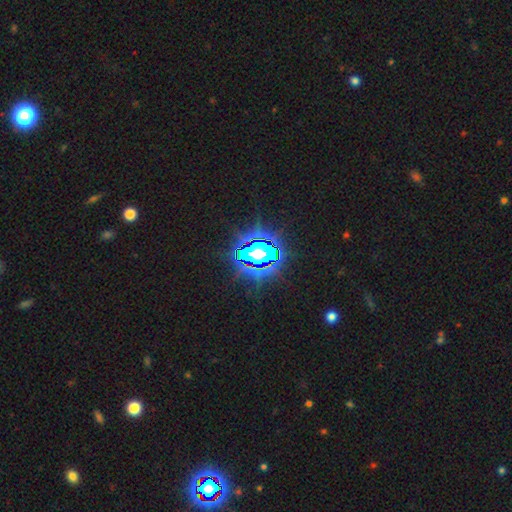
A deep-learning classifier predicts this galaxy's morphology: star or artifact 81%, smooth 12%, featured or disk 7%.